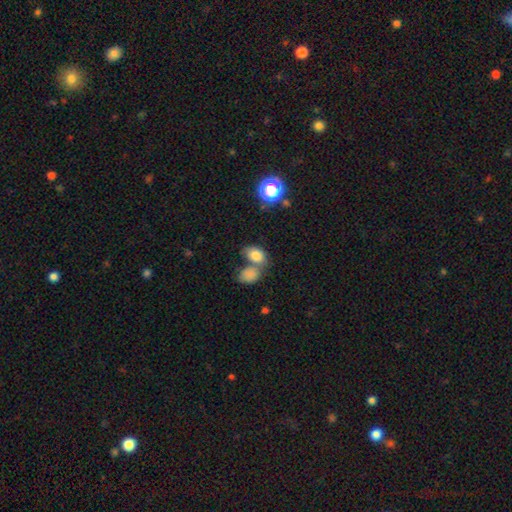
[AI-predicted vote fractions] Smooth or featured? smooth (80%)
How rounded? in between (81%)
Merging? merger (41%, tied with none)